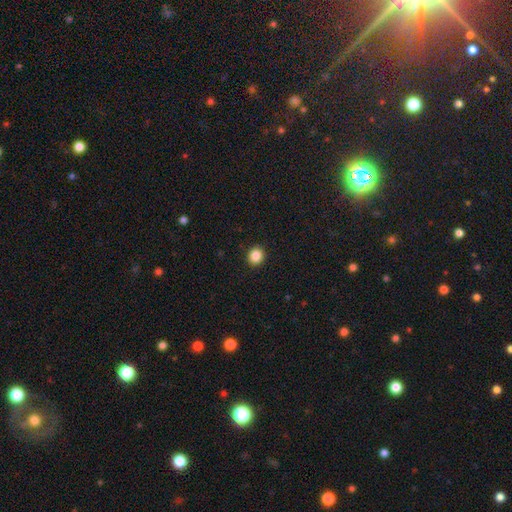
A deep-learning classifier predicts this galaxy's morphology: Smooth or featured? smooth (87%)
How rounded? round (85%)
Merging? none (93%)